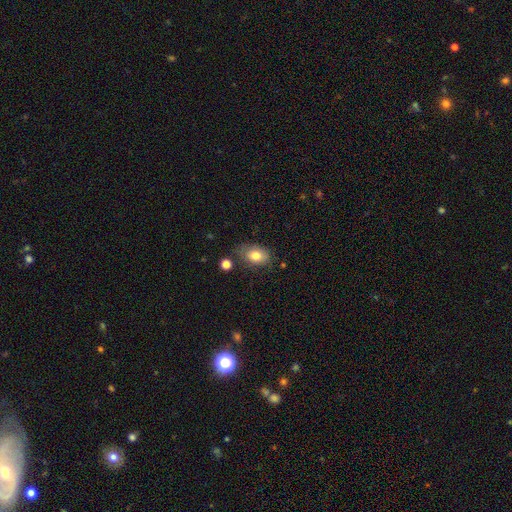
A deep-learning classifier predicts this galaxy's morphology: Overall: smooth (77%). How rounded: in between (83%). Merging: none (64%).